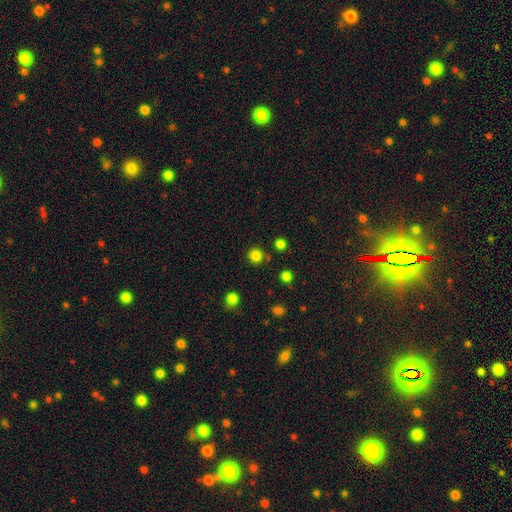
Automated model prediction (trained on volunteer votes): Morphology: type=smooth (82%); roundness=round (93%); merging=none (85%).